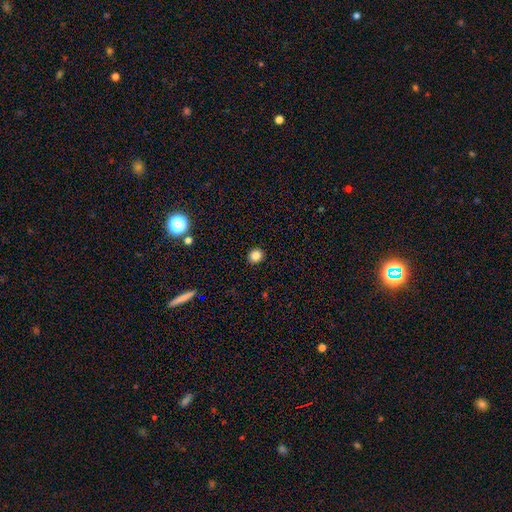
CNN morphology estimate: A smooth galaxy with no disk features (84%) that is round (86%).

Vote fractions:
- Smooth or featured? smooth: 84% / star or artifact: 12% / featured or disk: 4%
- How rounded? round: 86% / in between: 13% / cigar-shaped: 1%
- Merging? none: 92% / minor disturbance: 5% / major disturbance: 2% / merger: 1%